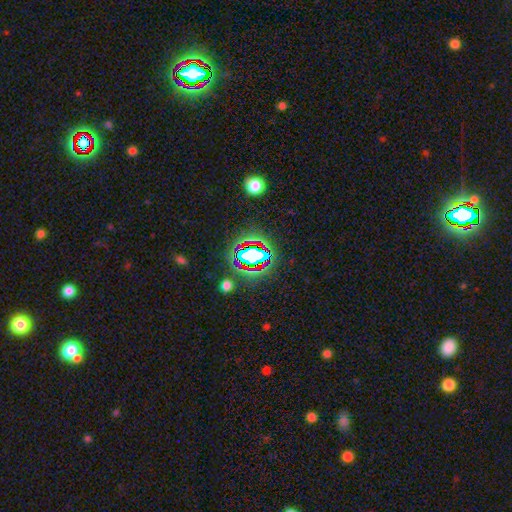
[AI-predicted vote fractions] Q: Smooth or featured?
A: star or artifact (78%); runner-up: smooth (12%)